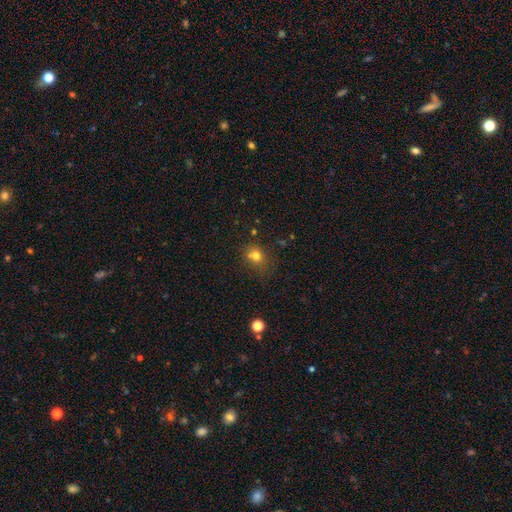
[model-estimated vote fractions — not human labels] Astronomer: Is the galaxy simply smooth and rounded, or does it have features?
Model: smooth — 74%.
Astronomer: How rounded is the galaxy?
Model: round — 68%.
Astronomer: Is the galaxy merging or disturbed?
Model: none — 54%.